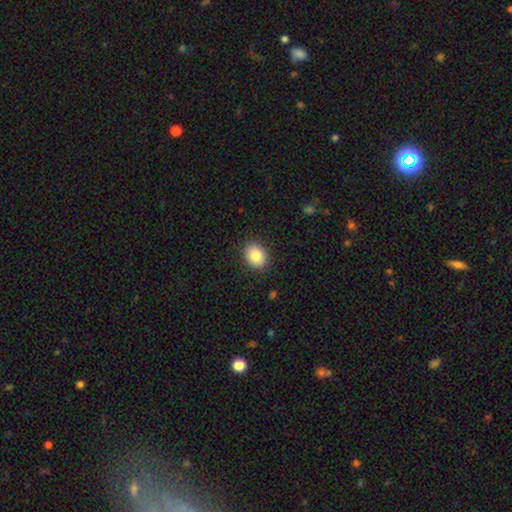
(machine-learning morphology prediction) The model was most divided on "how rounded": in between: 64%, round: 35%, cigar-shaped: 1%. More confident: merging — none (88%); smooth or featured — smooth (85%).